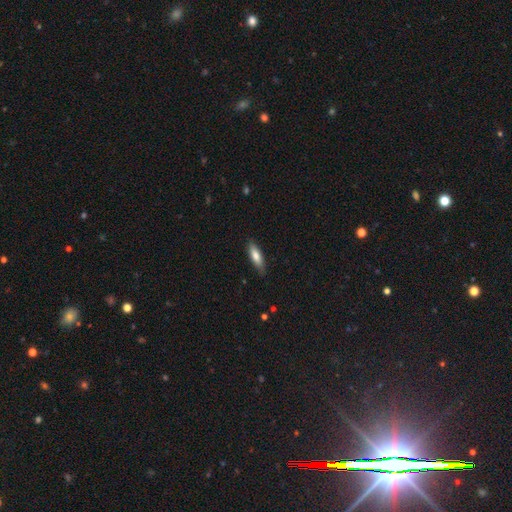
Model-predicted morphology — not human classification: The model was most divided on "how rounded": cigar-shaped: 51%, in between: 47%, round: 2%. More confident: merging — none (83%); smooth or featured — smooth (77%).